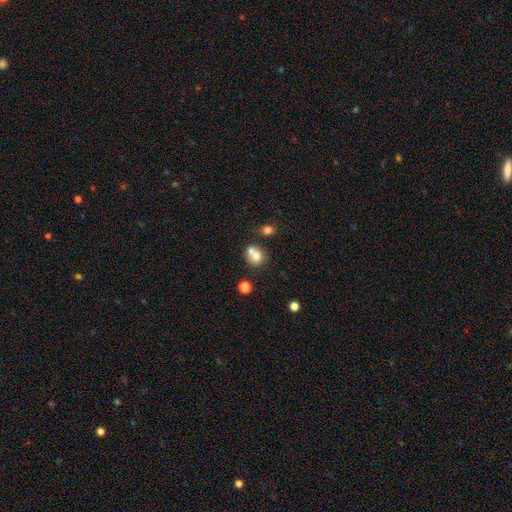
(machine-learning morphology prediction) Overall: smooth (71%). How rounded: round (77%). Merging: merger (50%; none 38%).